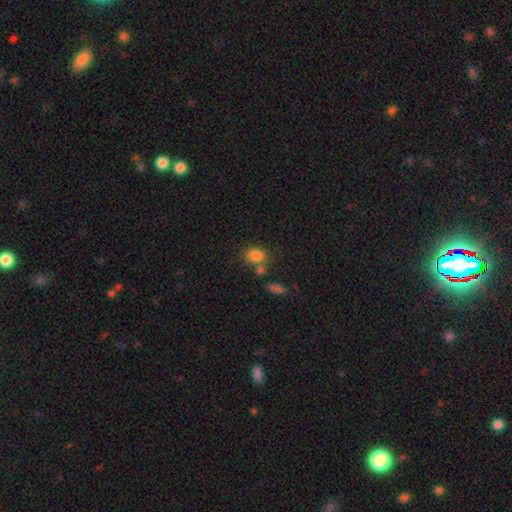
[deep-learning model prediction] smooth_or_featured: smooth (p=0.82) [alt: star or artifact p=0.11]
how_rounded: in between (p=0.50) [alt: round p=0.48]
merging: none (p=0.59) [alt: merger p=0.22]